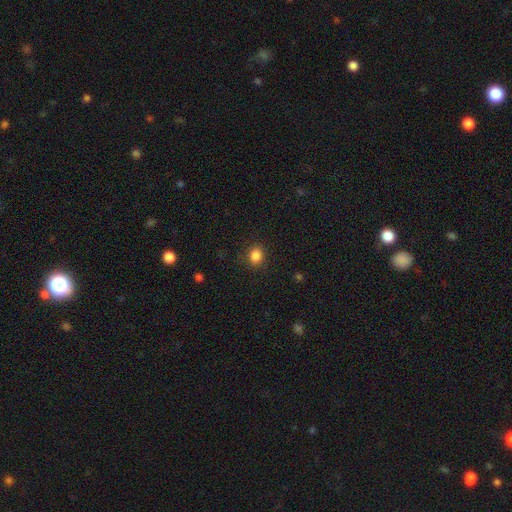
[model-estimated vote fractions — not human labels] This is clearly a smooth galaxy (85%). How rounded: likely round (64%). Merging: clearly none (87%).